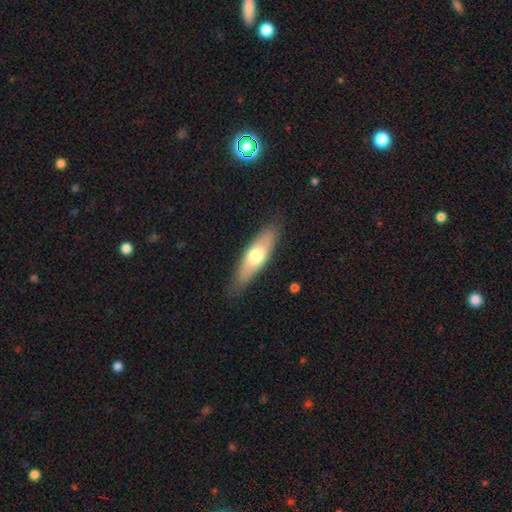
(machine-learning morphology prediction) Smooth or featured? Predicted: smooth (p=0.60). How rounded? Predicted: cigar-shaped (p=0.50). Merging? Predicted: none (p=0.82).